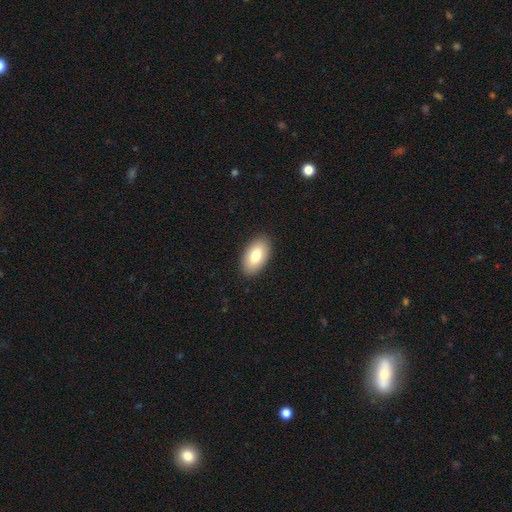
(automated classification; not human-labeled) Q: Smooth or featured?
A: smooth (79%); runner-up: featured or disk (15%)
Q: How rounded?
A: in between (94%); runner-up: round (4%)
Q: Merging?
A: none (89%); runner-up: minor disturbance (8%)